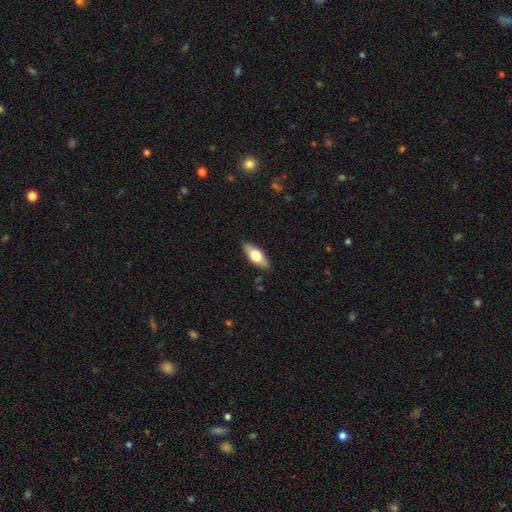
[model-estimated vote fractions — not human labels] The model was most divided on "smooth or featured": smooth: 55%, featured or disk: 39%, star or artifact: 6%. More confident: merging — none (87%); how rounded — in between (70%).